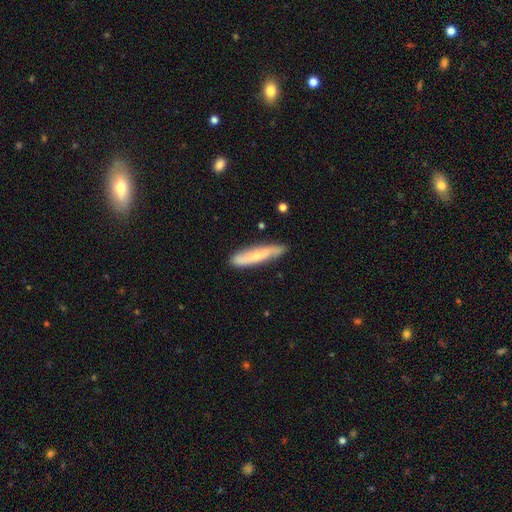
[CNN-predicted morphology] This is possibly a smooth galaxy (54%). How rounded: clearly cigar-shaped (84%). Merging: clearly none (81%).